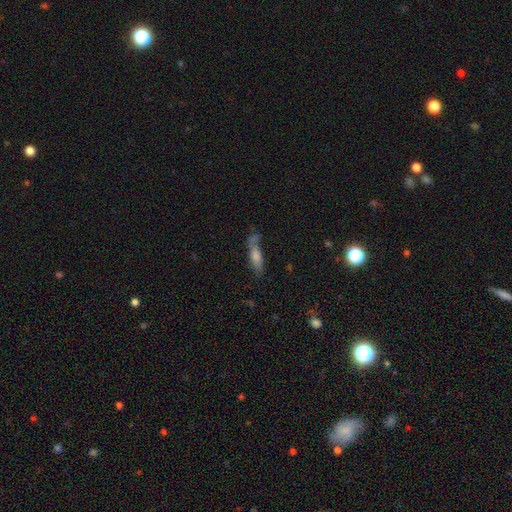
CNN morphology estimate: A smooth galaxy with no disk features (56%) that is cigar-shaped (62%). Merging: none (54%).